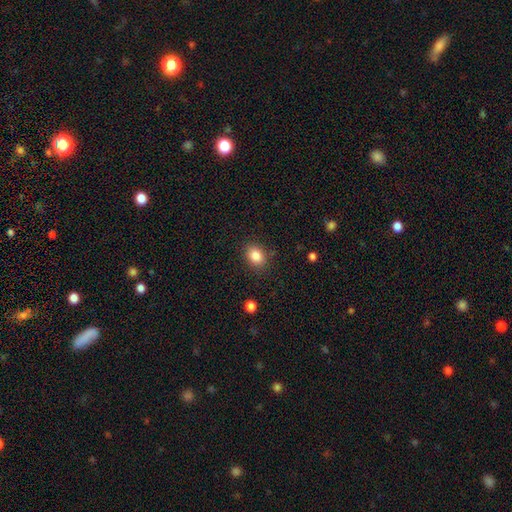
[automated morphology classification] The model was most divided on "how rounded": in between: 61%, round: 38%, cigar-shaped: 1%. More confident: smooth or featured — smooth (85%); merging — none (85%).